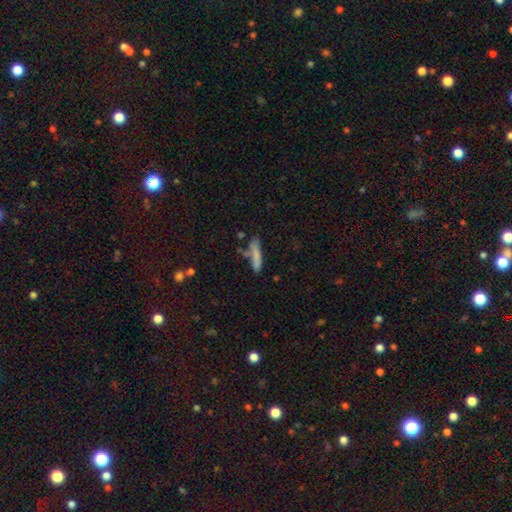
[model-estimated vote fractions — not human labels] Smooth or featured? smooth (75%)
How rounded? cigar-shaped (85%)
Merging? none (62%)